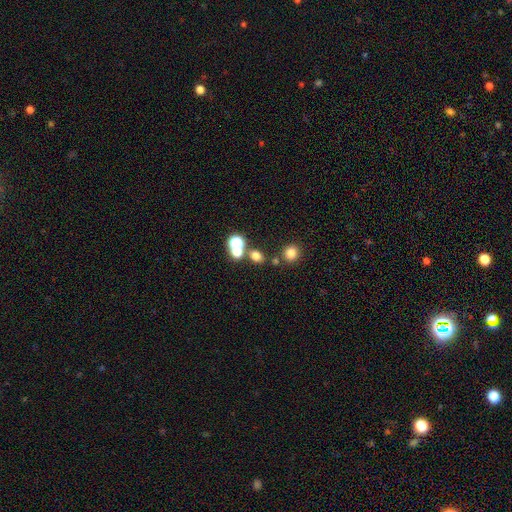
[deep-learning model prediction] Smooth or featured? smooth (66%)
How rounded? round (58%)
Merging? none (59%)